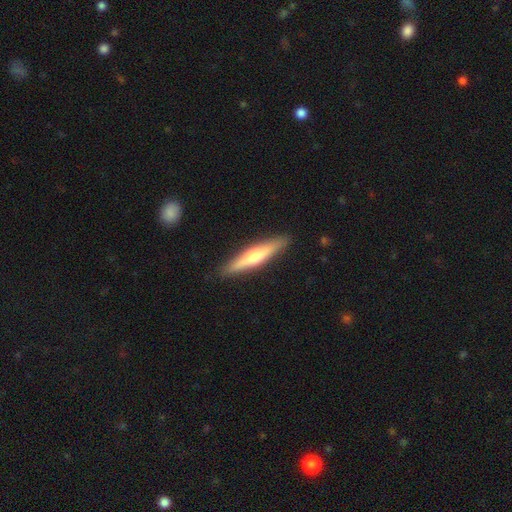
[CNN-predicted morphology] Smooth or featured?
  - smooth: 49% *
  - featured or disk: 46%
  - star or artifact: 5%
Merging?
  - none: 90% *
  - minor disturbance: 7%
  - major disturbance: 2%
  - merger: 1%